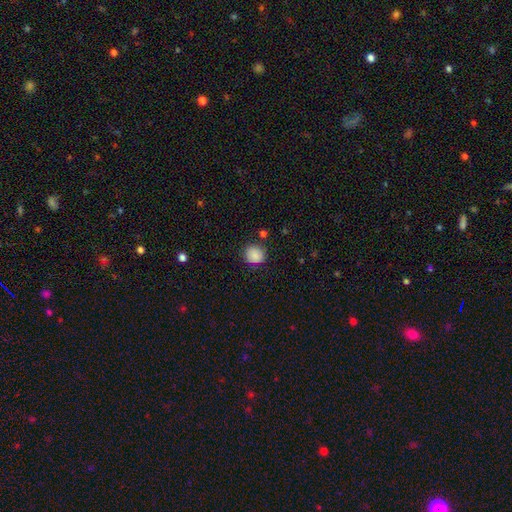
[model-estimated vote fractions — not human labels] Smooth or featured: smooth — 86% (star or artifact — 9%)
How rounded: round — 84% (in between — 15%)
Merging: none — 82% (minor disturbance — 12%)